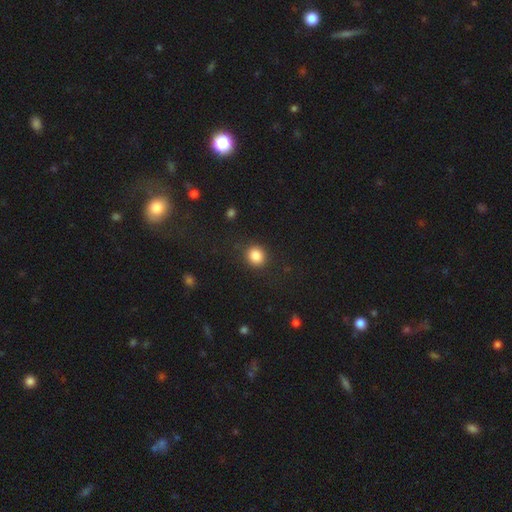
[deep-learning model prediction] This is clearly a smooth galaxy (86%). How rounded: likely round (78%). Merging: clearly none (86%).